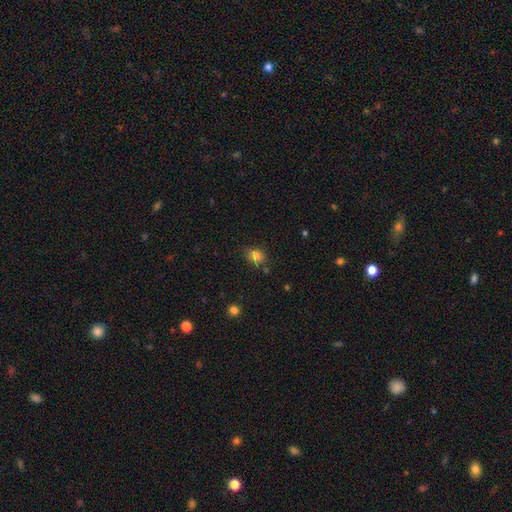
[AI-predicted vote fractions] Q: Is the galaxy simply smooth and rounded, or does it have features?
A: smooth — 81%.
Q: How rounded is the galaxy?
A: round — 52%.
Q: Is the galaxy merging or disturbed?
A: none — 76%.